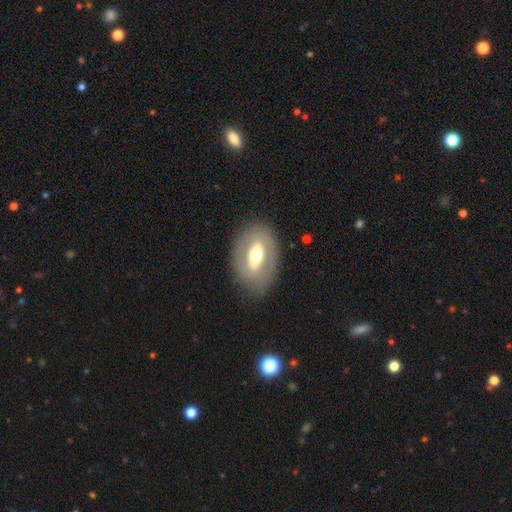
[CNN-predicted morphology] This is possibly a featured or disk galaxy (56%). It is clearly not viewed edge-on (89%). Merging: likely none (80%).